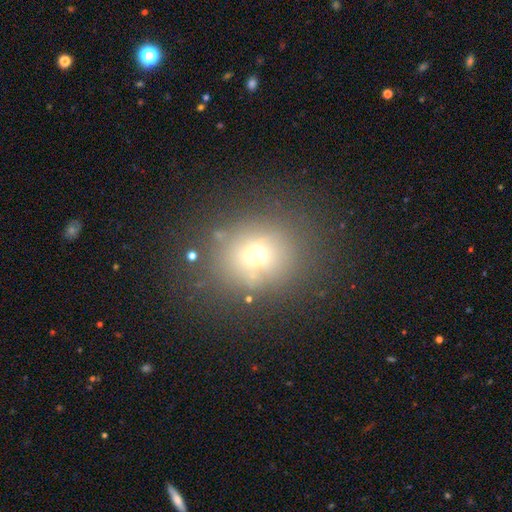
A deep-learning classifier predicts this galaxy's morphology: A smooth galaxy with no disk features (65%) that is round (77%). Merging: none (79%).